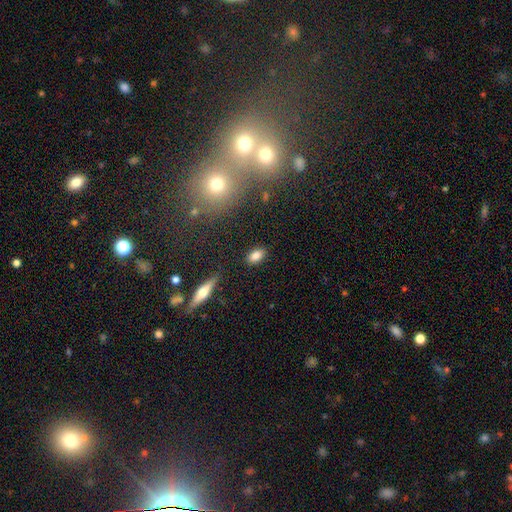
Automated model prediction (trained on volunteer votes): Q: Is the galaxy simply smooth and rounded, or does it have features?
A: smooth — 84%.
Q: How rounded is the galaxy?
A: in between — 88%.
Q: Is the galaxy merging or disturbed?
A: none — 86%.